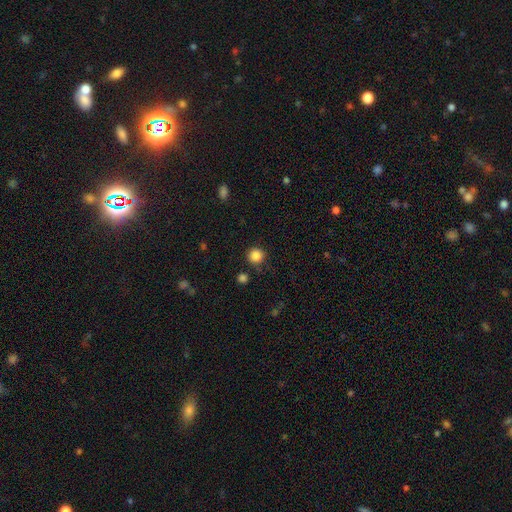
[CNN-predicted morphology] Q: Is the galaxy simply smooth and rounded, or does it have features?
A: smooth — 86%.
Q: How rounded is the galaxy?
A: round — 94%.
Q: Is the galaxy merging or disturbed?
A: none — 85%.